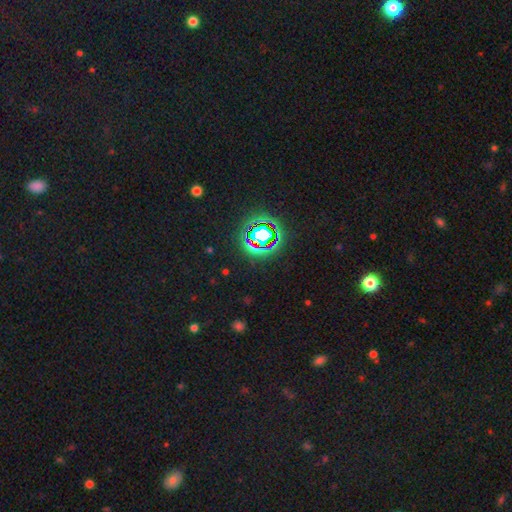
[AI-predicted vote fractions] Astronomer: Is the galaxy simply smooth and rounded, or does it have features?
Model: star or artifact — 78%.